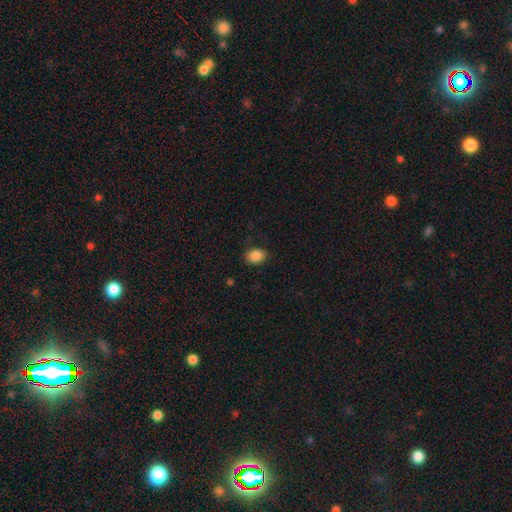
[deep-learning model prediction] smooth-or-featured: smooth: 87% | star or artifact: 9% | featured or disk: 4%
  how-rounded: in between: 62% | round: 37% | cigar-shaped: 1%
  merging: none: 84% | minor disturbance: 12% | major disturbance: 3% | merger: 1%